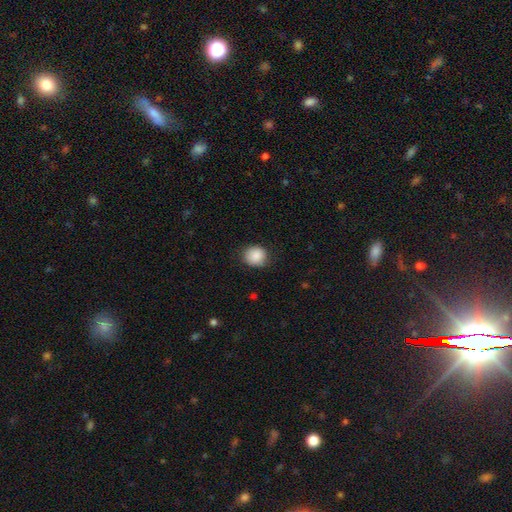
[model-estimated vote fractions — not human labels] The model was most divided on "merging": none: 81%, minor disturbance: 15%, major disturbance: 3%, merger: 1%. More confident: smooth or featured — smooth (88%); how rounded — round (82%).